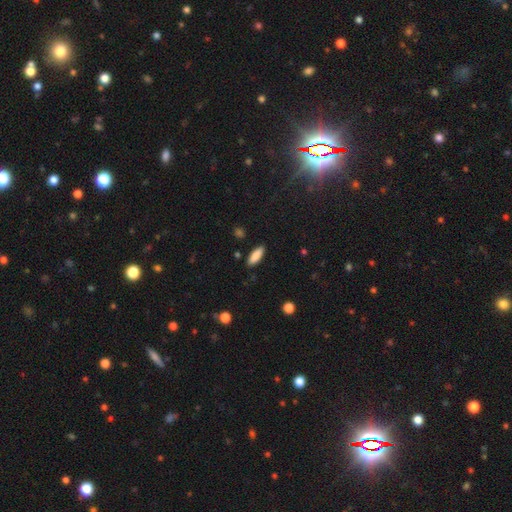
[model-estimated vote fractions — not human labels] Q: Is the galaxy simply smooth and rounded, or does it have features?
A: smooth — 86%.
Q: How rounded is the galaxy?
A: in between — 64%.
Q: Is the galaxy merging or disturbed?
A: none — 88%.